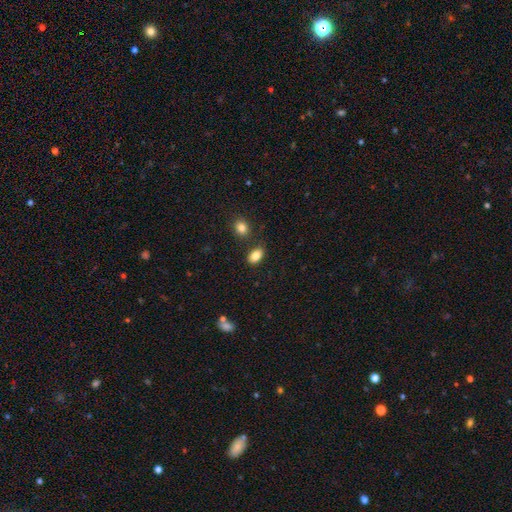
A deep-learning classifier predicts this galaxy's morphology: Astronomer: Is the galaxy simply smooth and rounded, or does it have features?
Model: smooth — 84%.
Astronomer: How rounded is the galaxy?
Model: in between — 89%.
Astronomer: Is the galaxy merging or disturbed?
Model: none — 79%.